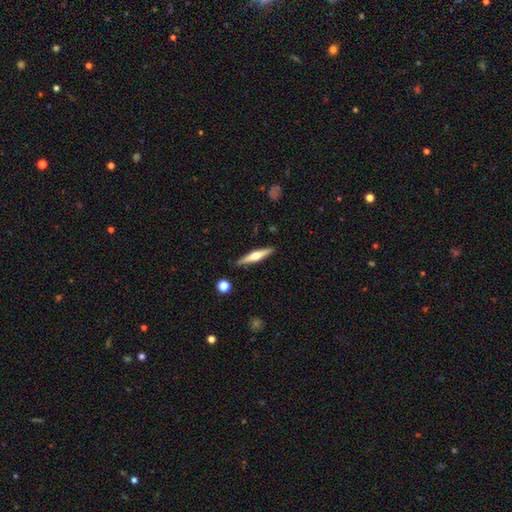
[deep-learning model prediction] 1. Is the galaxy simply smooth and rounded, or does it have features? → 60% featured or disk, 34% smooth, 6% star or artifact.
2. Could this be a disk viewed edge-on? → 97% yes, 3% no.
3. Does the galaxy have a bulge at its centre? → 91% rounded, 4% boxy, 4% none.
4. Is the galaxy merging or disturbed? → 88% none, 8% minor disturbance, 2% major disturbance, 2% merger.